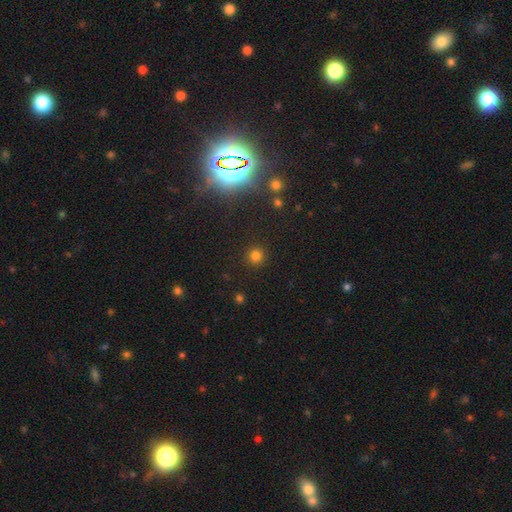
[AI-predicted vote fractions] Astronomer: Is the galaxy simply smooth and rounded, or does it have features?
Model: smooth — 78%.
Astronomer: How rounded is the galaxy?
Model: round — 94%.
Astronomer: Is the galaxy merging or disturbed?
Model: none — 91%.